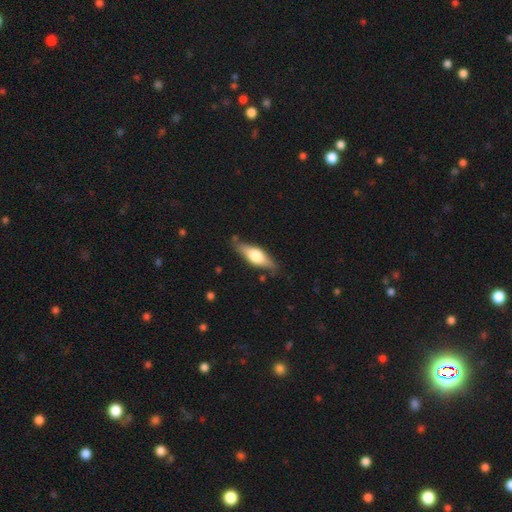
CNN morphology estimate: This is possibly a featured or disk galaxy (49%). Merging: likely none (79%).